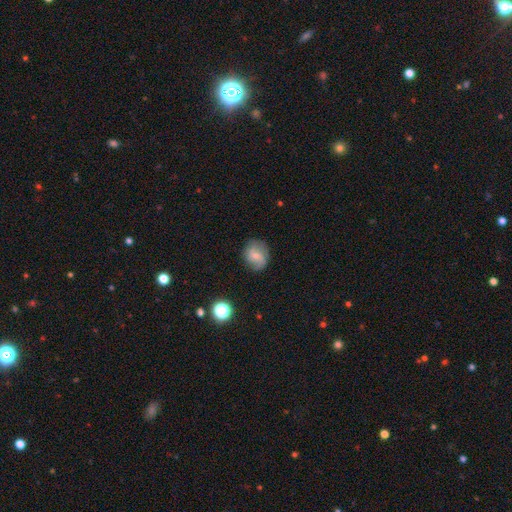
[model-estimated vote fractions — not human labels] The model was most divided on "smooth or featured": smooth: 50%, featured or disk: 40%, star or artifact: 10%. More confident: merging — none (76%); how rounded — round (67%).